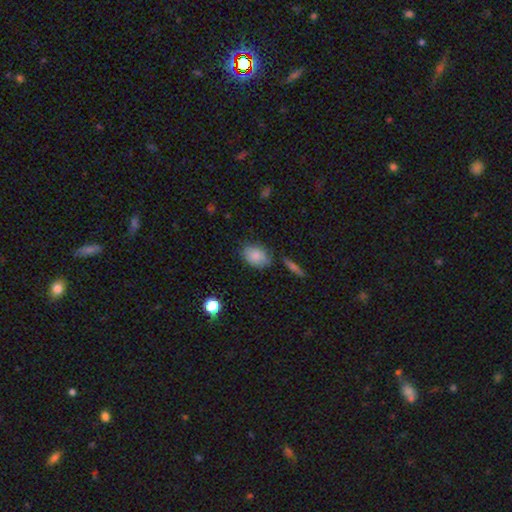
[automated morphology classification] Overall: smooth (84%). How rounded: in between (77%). Merging: none (70%).